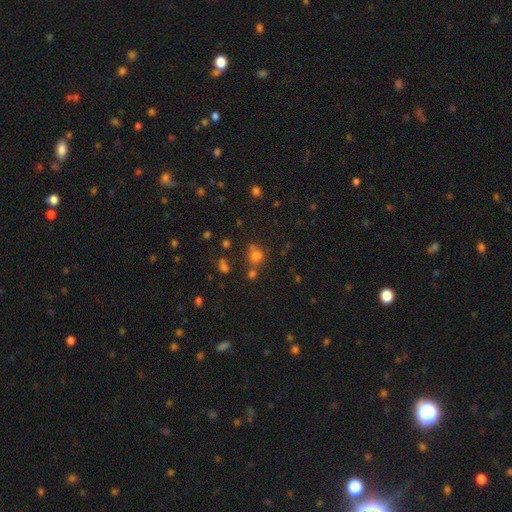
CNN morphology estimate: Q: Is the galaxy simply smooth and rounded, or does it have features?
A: smooth — 71%.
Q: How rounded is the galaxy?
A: round — 76%.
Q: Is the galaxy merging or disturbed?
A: none — 55%.